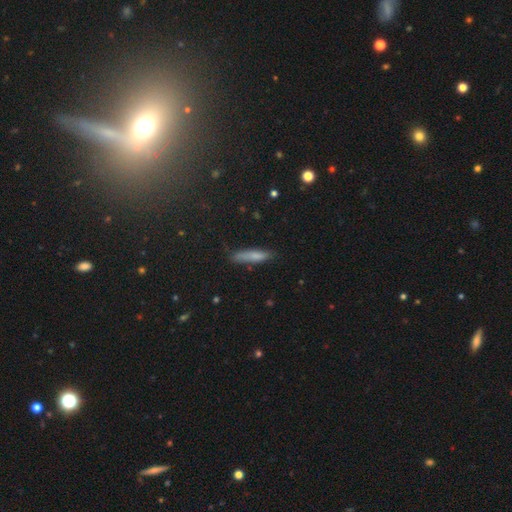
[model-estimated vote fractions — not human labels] This appears to be a smooth galaxy with no disk features (71%) that is cigar-shaped (83%). Merging: none (77%).